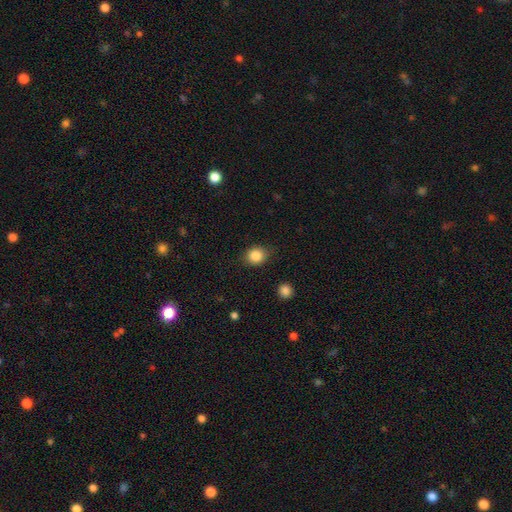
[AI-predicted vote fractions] The model was most divided on "how rounded": round: 67%, in between: 32%, cigar-shaped: 1%. More confident: smooth or featured — smooth (86%); merging — none (83%).